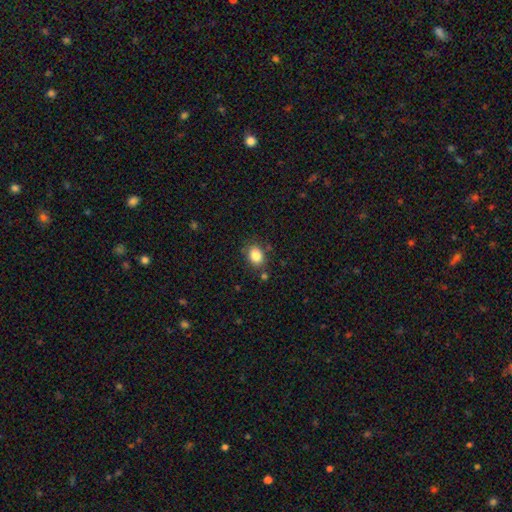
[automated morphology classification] smooth_or_featured: smooth (p=0.84) [alt: star or artifact p=0.09]
how_rounded: in between (p=0.61) [alt: round p=0.38]
merging: none (p=0.79) [alt: minor disturbance p=0.13]